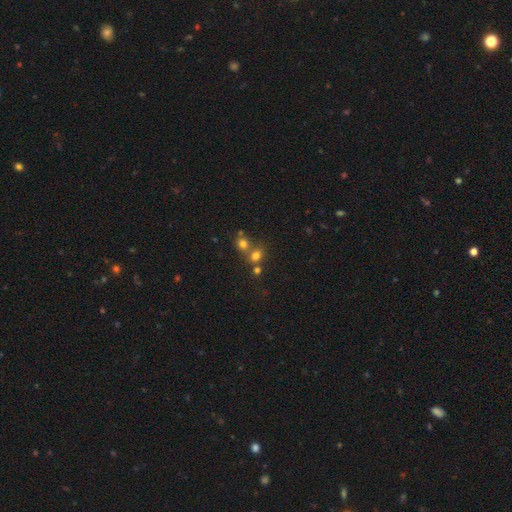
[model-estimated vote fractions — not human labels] A smooth galaxy with no disk features (70%) that is round (78%).

Vote fractions:
- Smooth or featured? smooth: 70% / star or artifact: 20% / featured or disk: 10%
- How rounded? round: 78% / in between: 21% / cigar-shaped: 1%
- Merging? none: 47% / merger: 43% / minor disturbance: 7% / major disturbance: 3%